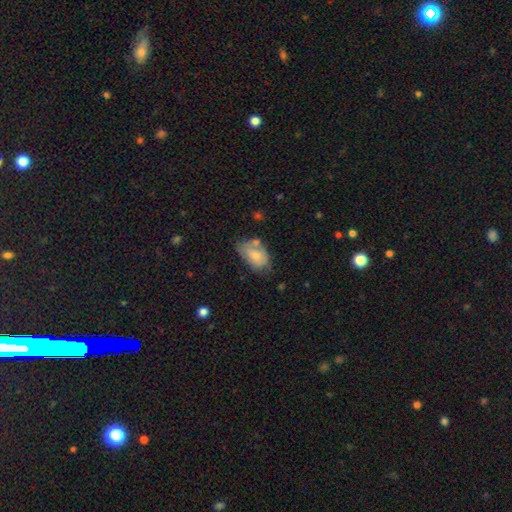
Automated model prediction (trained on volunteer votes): Smooth or featured? smooth (70%)
How rounded? in between (89%)
Merging? none (40%)